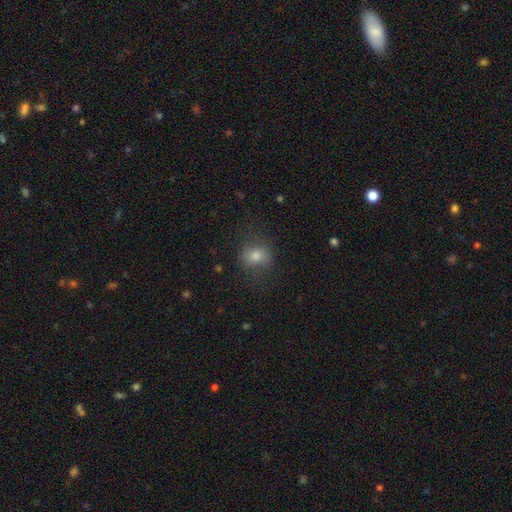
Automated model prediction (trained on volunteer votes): Overall: smooth (73%). How rounded: round (67%; in between 32%). Merging: none (76%).